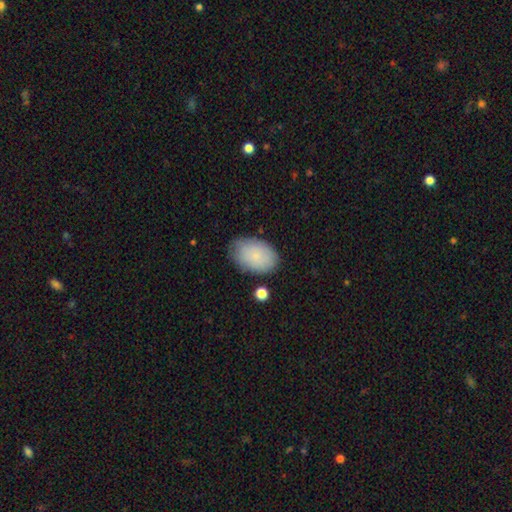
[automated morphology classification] Overall: smooth (80%). How rounded: in between (90%). Merging: none (73%).